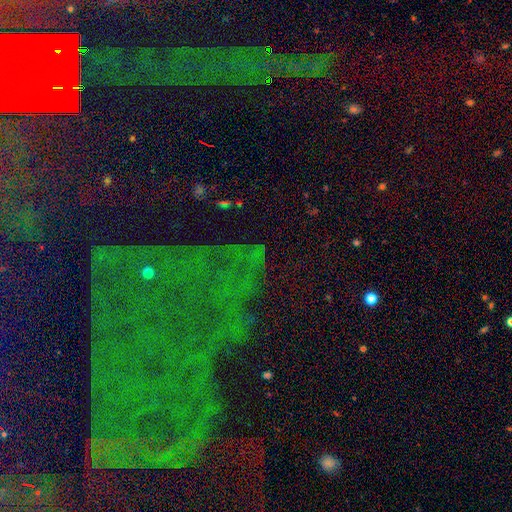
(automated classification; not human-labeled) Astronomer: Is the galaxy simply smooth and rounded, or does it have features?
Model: star or artifact — 68%.